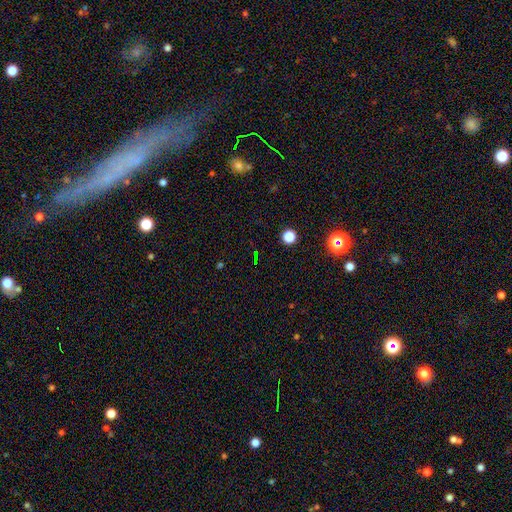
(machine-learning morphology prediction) A star or artifact, not a galaxy (69%).